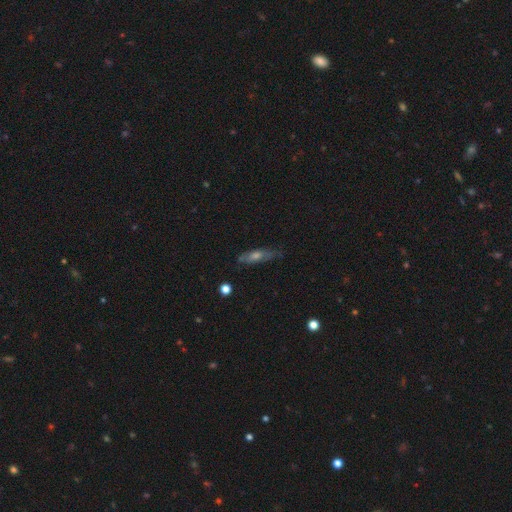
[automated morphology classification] Smooth or featured? featured or disk (48%)
Merging? none (72%)